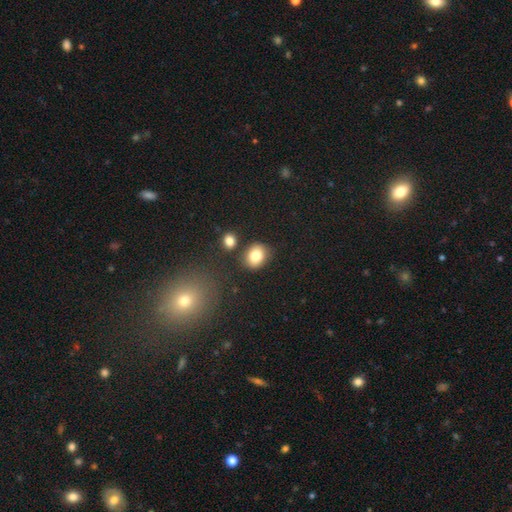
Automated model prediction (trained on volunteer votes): A smooth galaxy with no disk features (83%) that is in between round and cigar-shaped (50%). Merging: none (76%).